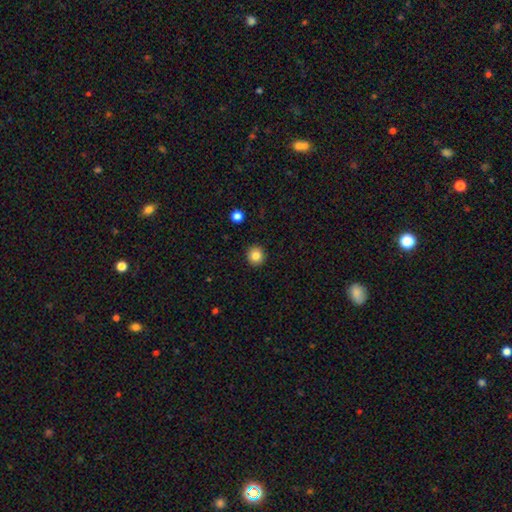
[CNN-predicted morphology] smooth_or_featured: smooth (p=0.84) [alt: star or artifact p=0.10]
how_rounded: round (p=0.93) [alt: in between p=0.07]
merging: none (p=0.93) [alt: minor disturbance p=0.04]